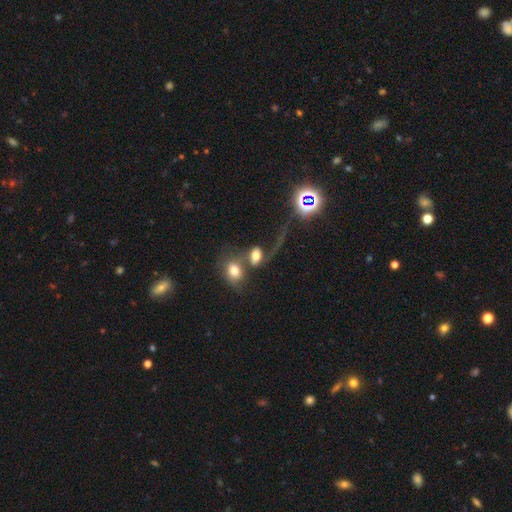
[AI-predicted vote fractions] The model was most divided on "smooth or featured": smooth: 54%, featured or disk: 30%, star or artifact: 16%. More confident: how rounded — in between (64%); merging — merger (60%).